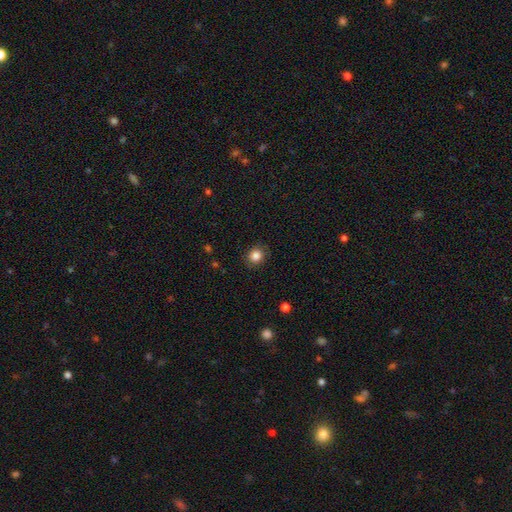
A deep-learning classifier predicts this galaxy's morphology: A smooth galaxy with no disk features (84%) that is round (79%). Merging: none (87%).